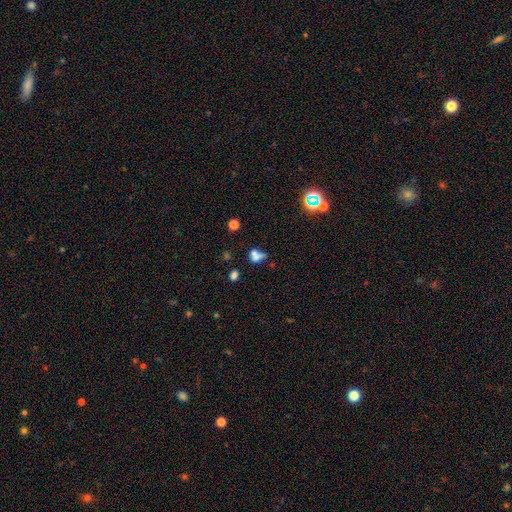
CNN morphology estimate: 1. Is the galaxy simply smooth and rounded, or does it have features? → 64% smooth, 19% featured or disk, 17% star or artifact.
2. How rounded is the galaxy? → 59% in between, 36% round, 4% cigar-shaped.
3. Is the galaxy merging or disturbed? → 44% merger, 28% none, 15% minor disturbance, 14% major disturbance.